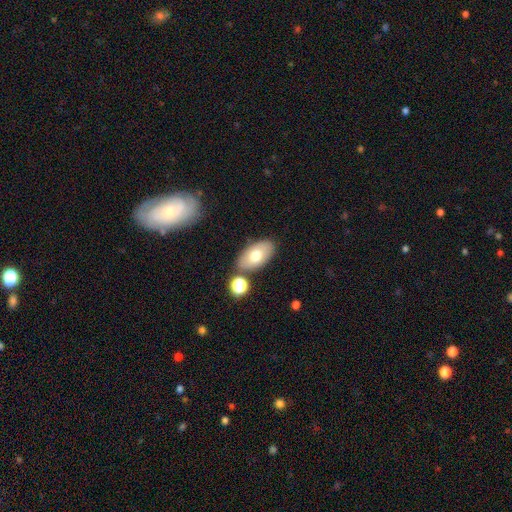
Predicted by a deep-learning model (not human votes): Smooth or featured?
  - smooth: 72% *
  - featured or disk: 21%
  - star or artifact: 8%
How rounded?
  - in between: 92% *
  - round: 6%
  - cigar-shaped: 2%
Merging?
  - none: 79% *
  - minor disturbance: 11%
  - merger: 8%
  - major disturbance: 3%